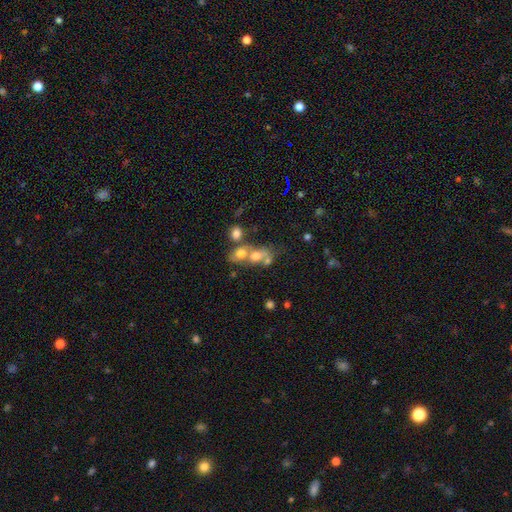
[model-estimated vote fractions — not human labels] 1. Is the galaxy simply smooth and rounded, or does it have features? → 50% smooth, 30% featured or disk, 19% star or artifact.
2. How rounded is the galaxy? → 51% round, 45% in between, 5% cigar-shaped.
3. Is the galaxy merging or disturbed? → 57% merger, 26% none, 9% minor disturbance, 8% major disturbance.